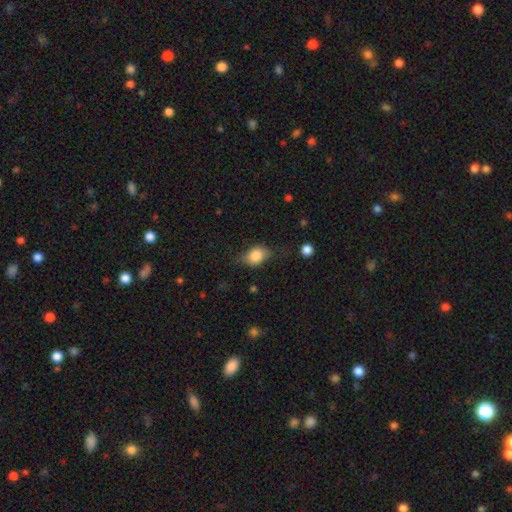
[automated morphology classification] Q: Smooth or featured?
A: smooth (78%); runner-up: featured or disk (14%)
Q: How rounded?
A: in between (66%); runner-up: round (32%)
Q: Merging?
A: none (61%); runner-up: minor disturbance (27%)